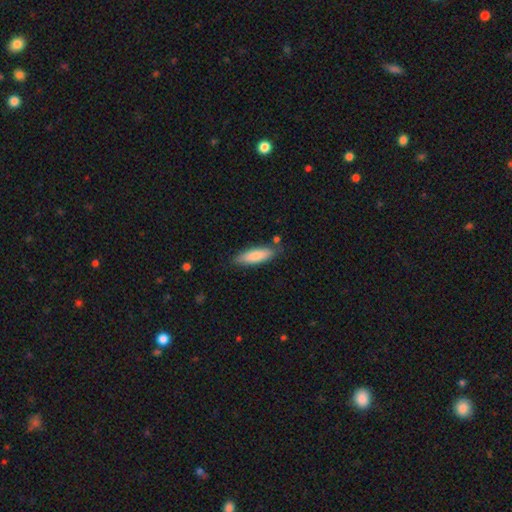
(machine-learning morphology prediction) A smooth galaxy with no disk features (82%) that is cigar-shaped (49%, tied with in between). Merging: none (79%).